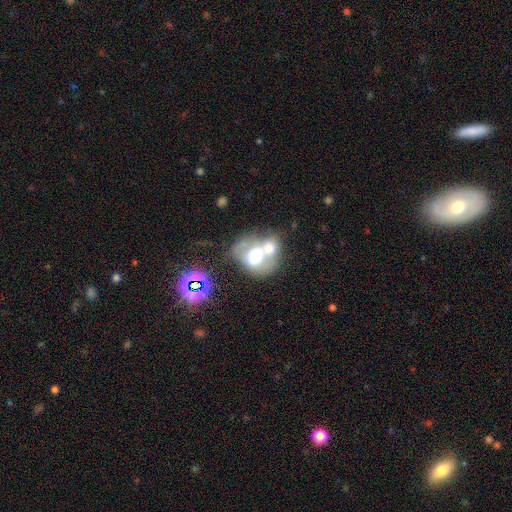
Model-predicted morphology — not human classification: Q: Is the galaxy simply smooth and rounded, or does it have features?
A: smooth — 51%.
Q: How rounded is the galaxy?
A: in between — 50%.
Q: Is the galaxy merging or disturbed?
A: merger — 65%.